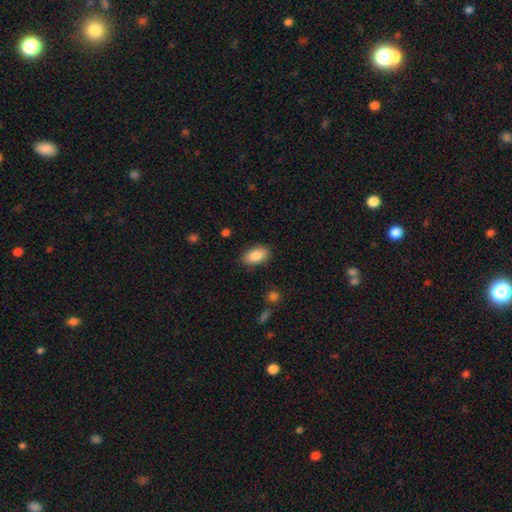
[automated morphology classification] smooth 85%, featured or disk 8%, star or artifact 7%. Down the decision tree: how rounded — in between (92%); merging — none (86%).